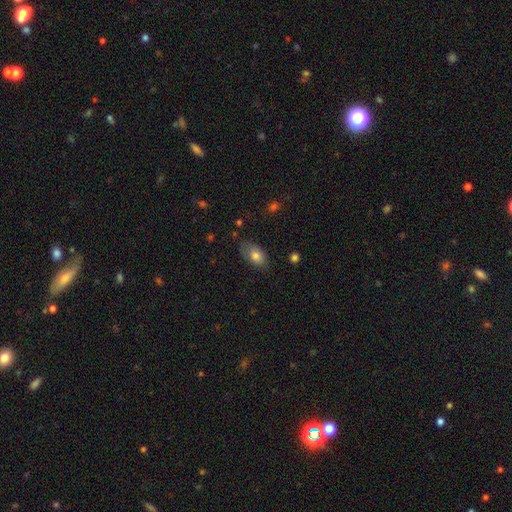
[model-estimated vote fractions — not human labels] Smooth or featured?
  - smooth: 77% *
  - featured or disk: 16%
  - star or artifact: 8%
How rounded?
  - in between: 91% *
  - round: 7%
  - cigar-shaped: 2%
Merging?
  - none: 66% *
  - minor disturbance: 25%
  - major disturbance: 7%
  - merger: 2%